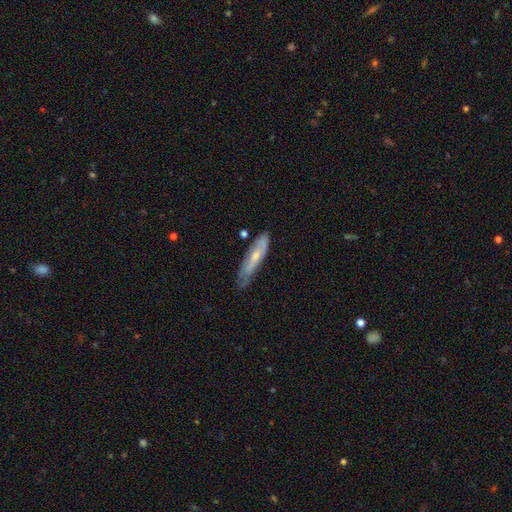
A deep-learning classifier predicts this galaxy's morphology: featured or disk 49%, smooth 45%, star or artifact 6%. Down the decision tree: merging — none (58%).